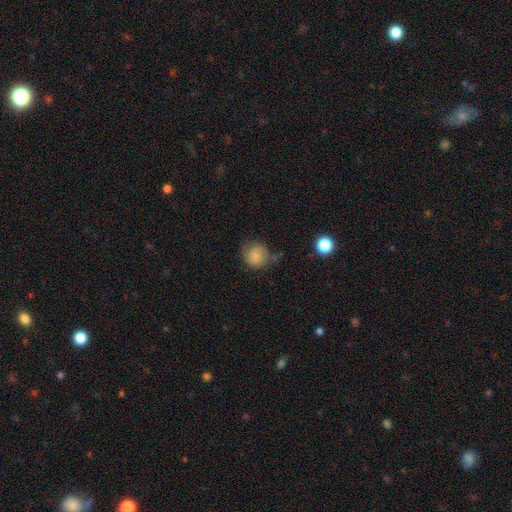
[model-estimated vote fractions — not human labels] smooth-or-featured: smooth: 73% | featured or disk: 18% | star or artifact: 9%
  how-rounded: round: 84% | in between: 15% | cigar-shaped: 1%
  merging: none: 61% | minor disturbance: 26% | major disturbance: 9% | merger: 4%